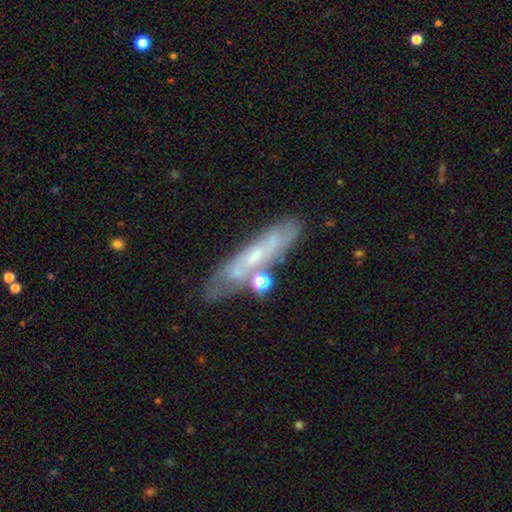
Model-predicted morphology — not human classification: Smooth or featured?
  - featured or disk: 57% *
  - smooth: 34%
  - star or artifact: 9%
Edge-on disk?
  - no: 59% *
  - yes: 41%
Merging?
  - none: 59% *
  - minor disturbance: 20%
  - merger: 14%
  - major disturbance: 8%